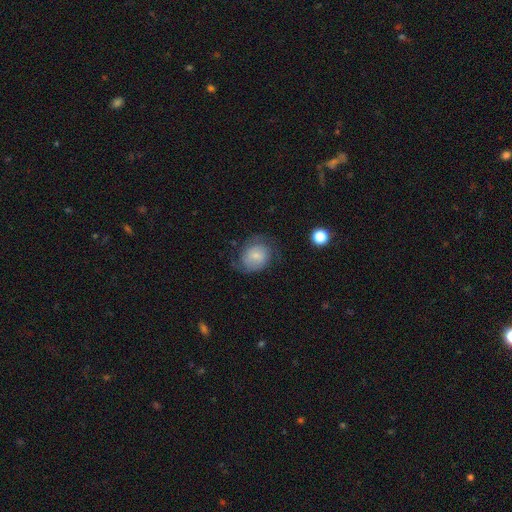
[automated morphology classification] Smooth or featured? Predicted: smooth (p=0.53). How rounded? Predicted: round (p=0.62). Merging? Predicted: none (p=0.56).